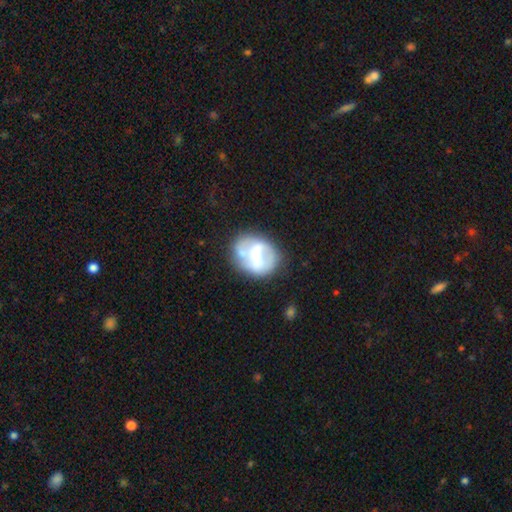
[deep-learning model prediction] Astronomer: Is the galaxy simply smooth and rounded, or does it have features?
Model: featured or disk — 57% (runner-up: smooth, 35%).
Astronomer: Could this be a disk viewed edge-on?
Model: no — 97%.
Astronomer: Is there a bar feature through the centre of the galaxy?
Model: strong — 48% (runner-up: weak, 29%).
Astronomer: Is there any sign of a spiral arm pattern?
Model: no — 62% (runner-up: yes, 38%).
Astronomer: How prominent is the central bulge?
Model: moderate — 29%, tied with none at 29%.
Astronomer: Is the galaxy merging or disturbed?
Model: none — 55%.